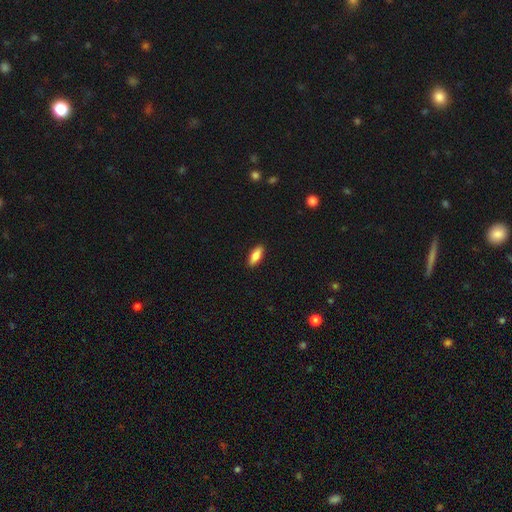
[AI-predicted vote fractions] smooth 84%, featured or disk 10%, star or artifact 6%. Down the decision tree: how rounded — in between (73%); merging — none (90%).